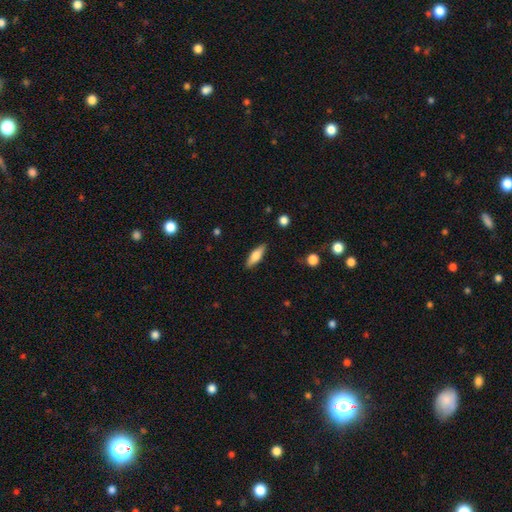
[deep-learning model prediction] A smooth galaxy with no disk features (63%) that is in between round and cigar-shaped (49%). Merging: none (88%).